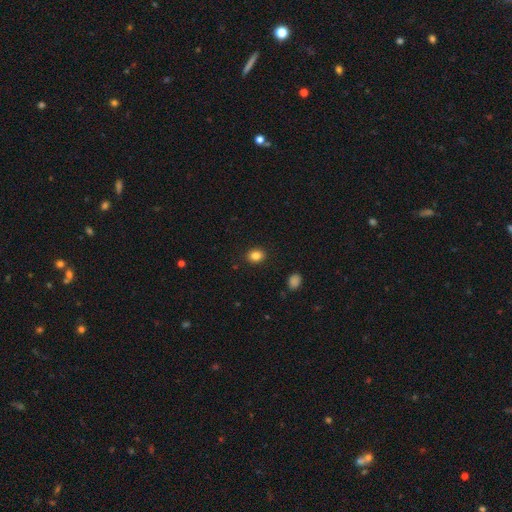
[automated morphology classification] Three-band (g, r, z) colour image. It shows a smooth galaxy with no disk features (84%) that is round (55%). Merging: none (90%).